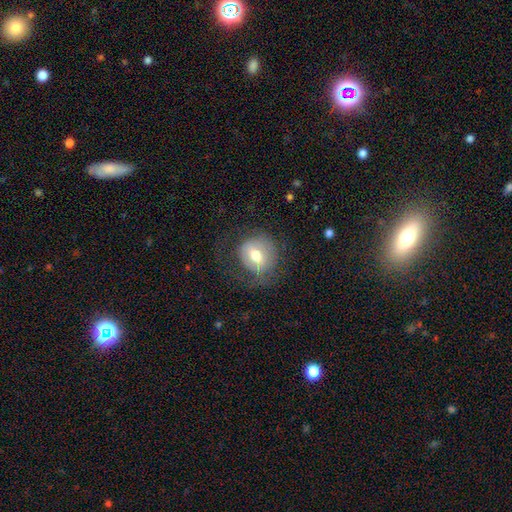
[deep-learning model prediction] smooth 52%, featured or disk 39%, star or artifact 8%. Down the decision tree: how rounded — round (75%); merging — none (57%).